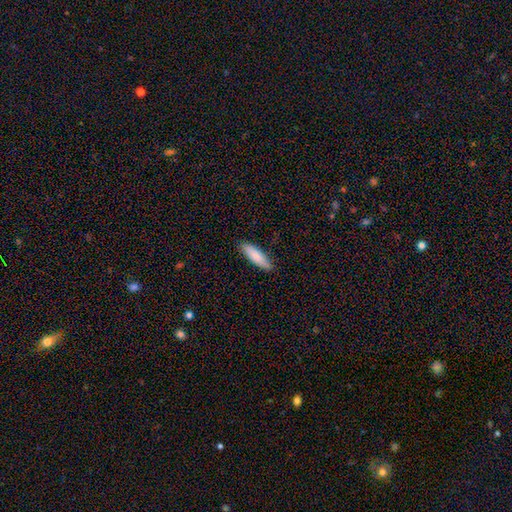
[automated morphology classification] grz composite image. It shows a smooth galaxy with no disk features (85%) that is cigar-shaped (62%). Merging: none (87%).